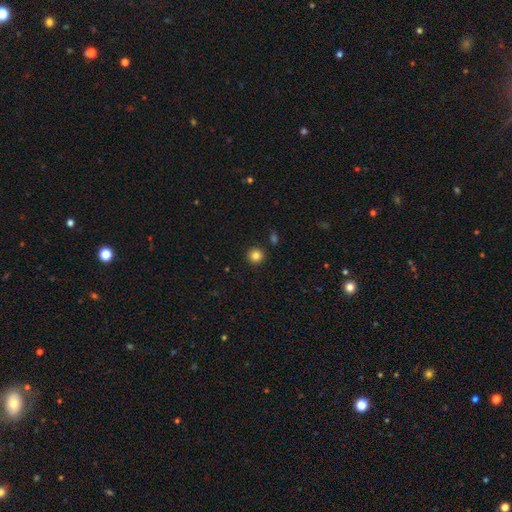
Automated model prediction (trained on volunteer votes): Smooth or featured? Predicted: smooth (p=0.84). How rounded? Predicted: round (p=0.94). Merging? Predicted: none (p=0.91).